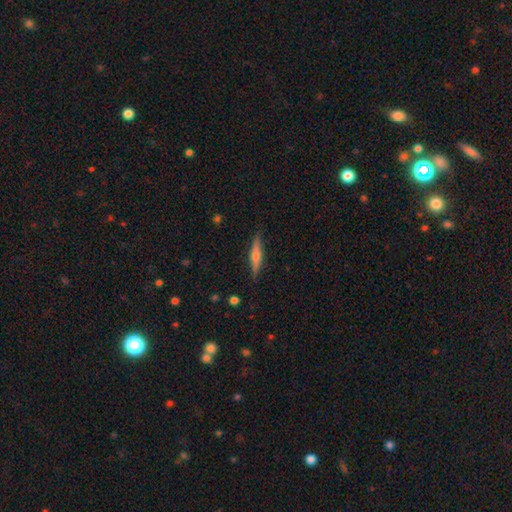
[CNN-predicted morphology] type=featured or disk (59%); edge-on=yes (96%); edge-on bulge=rounded (75%); merging=none (88%).